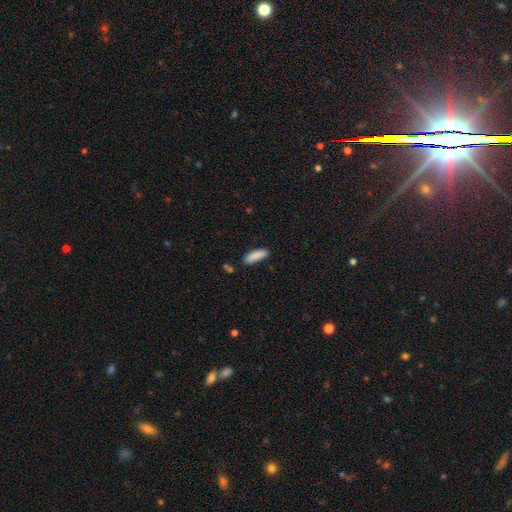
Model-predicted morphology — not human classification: Overall: smooth (89%). How rounded: in between (54%; cigar-shaped 45%). Merging: none (82%).